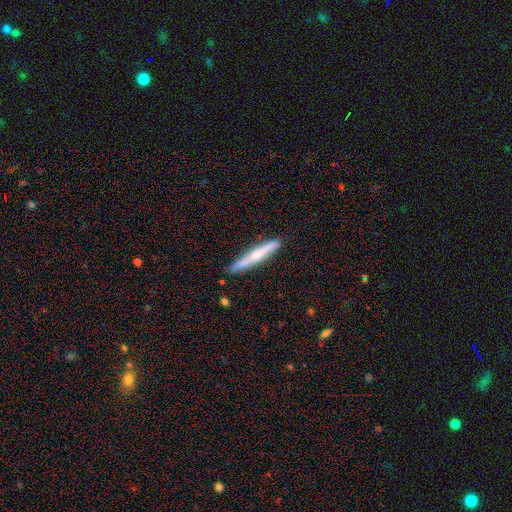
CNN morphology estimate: Smooth or featured? Predicted: featured or disk (p=0.51). Edge-on disk? Predicted: yes (p=0.95). Merging? Predicted: none (p=0.89).